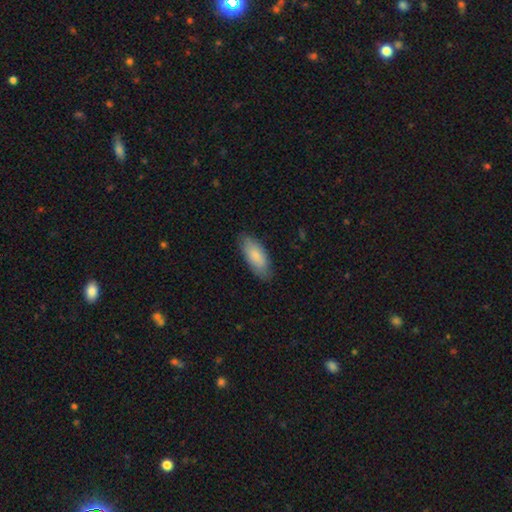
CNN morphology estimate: type=smooth (83%); roundness=in between (82%); merging=none (83%).